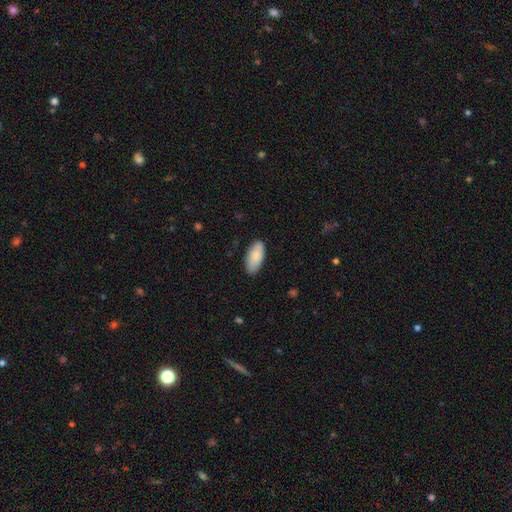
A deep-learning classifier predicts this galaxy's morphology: This appears to be a smooth galaxy with no disk features (84%) that is in between round and cigar-shaped (91%). Merging: none (85%).